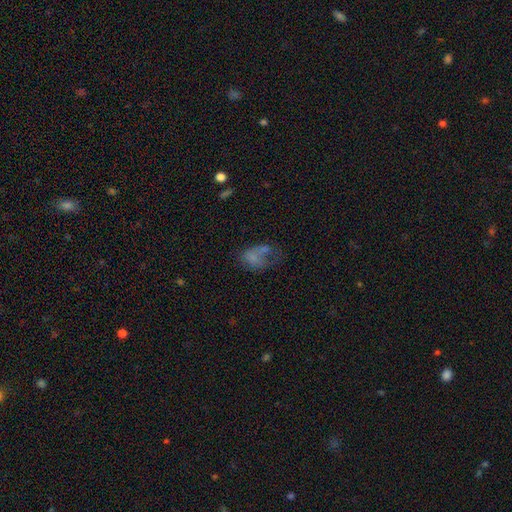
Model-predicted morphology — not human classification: type=smooth (53%); roundness=in between (77%); merging=major disturbance (36%).